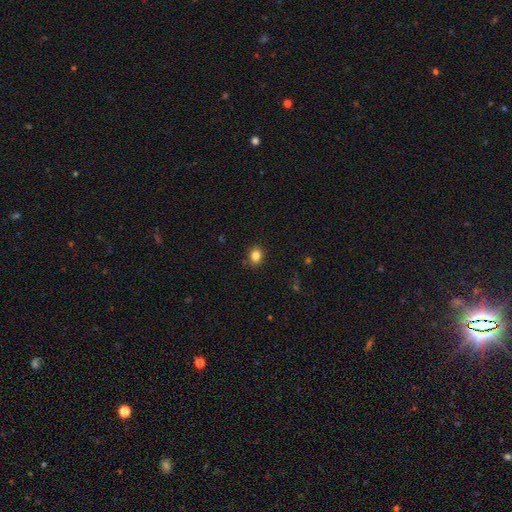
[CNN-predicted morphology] smooth 84%, star or artifact 11%, featured or disk 5%. Down the decision tree: how rounded — round (56%); merging — none (87%).